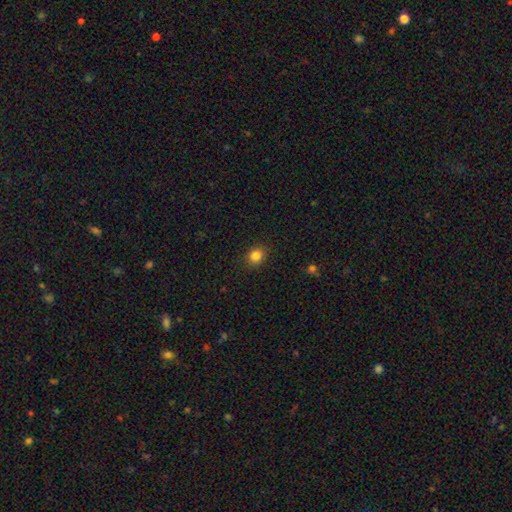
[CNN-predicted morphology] Smooth or featured: smooth — 84% (star or artifact — 11%)
How rounded: round — 71% (in between — 28%)
Merging: none — 89% (minor disturbance — 8%)